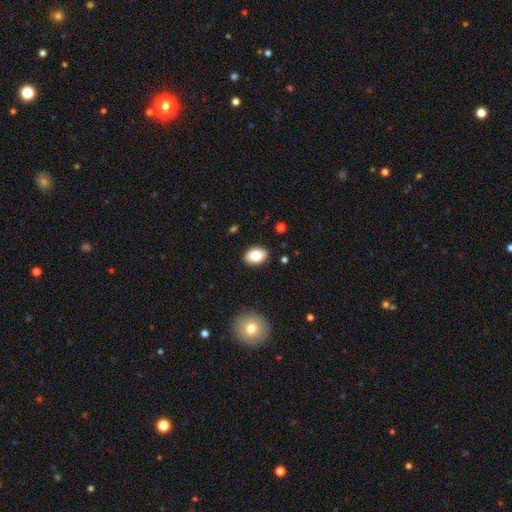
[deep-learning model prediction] Smooth or featured: smooth — 82% (featured or disk — 10%)
How rounded: in between — 85% (round — 14%)
Merging: none — 88% (minor disturbance — 8%)